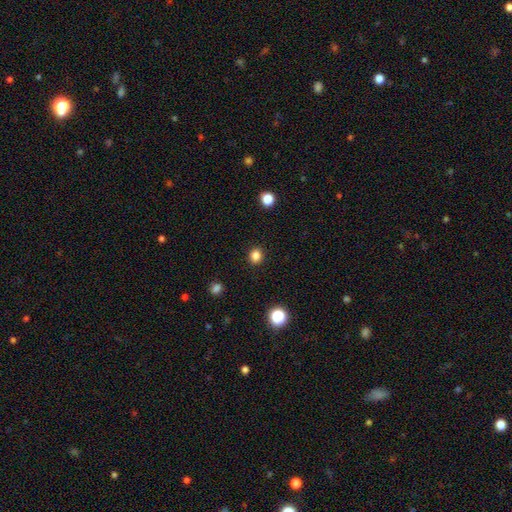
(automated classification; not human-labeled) smooth_or_featured: smooth (p=0.84) [alt: star or artifact p=0.13]
how_rounded: round (p=0.71) [alt: in between p=0.28]
merging: none (p=0.91) [alt: minor disturbance p=0.06]